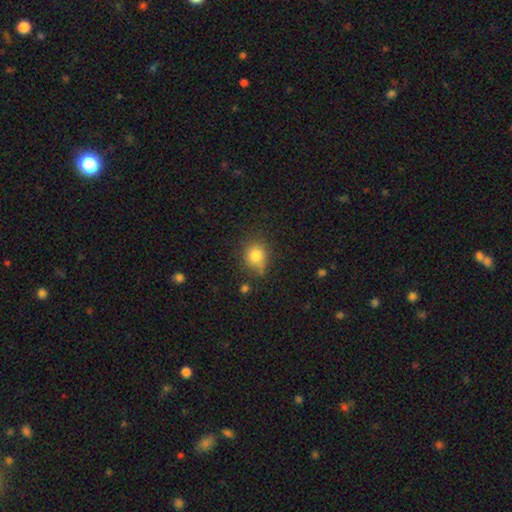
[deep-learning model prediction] Overall: smooth (81%). How rounded: round (76%). Merging: none (66%).